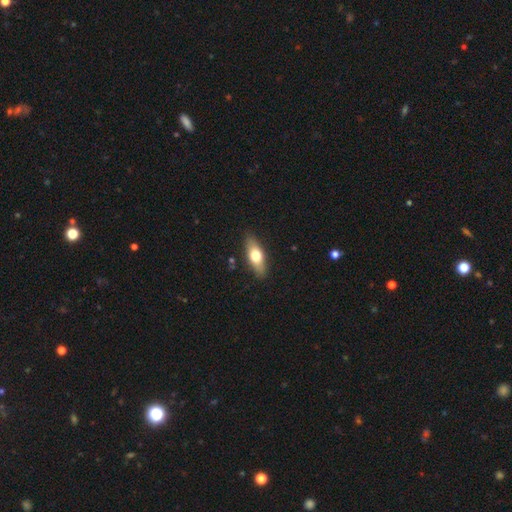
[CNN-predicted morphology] This is likely a smooth galaxy (63%). How rounded: likely in between (71%). Merging: clearly none (86%).